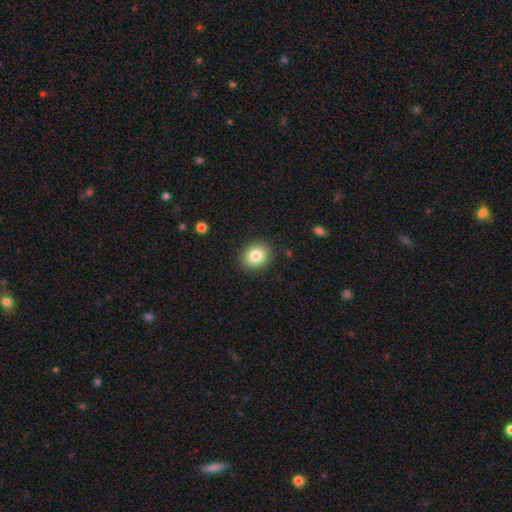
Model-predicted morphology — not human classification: smooth 83%, star or artifact 10%, featured or disk 8%. Down the decision tree: how rounded — round (75%); merging — none (89%).